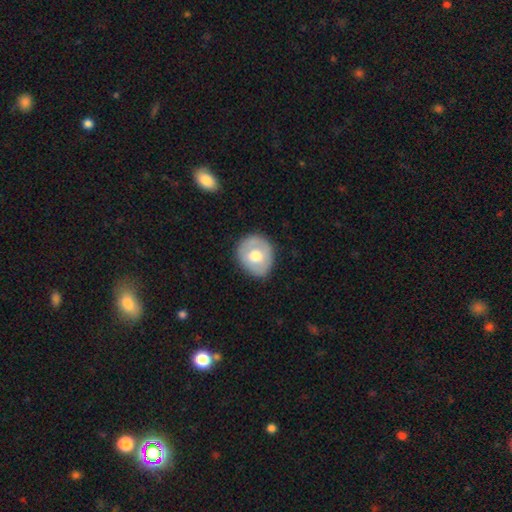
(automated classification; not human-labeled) Morphology: type=smooth (57%); roundness=round (70%); merging=none (82%).